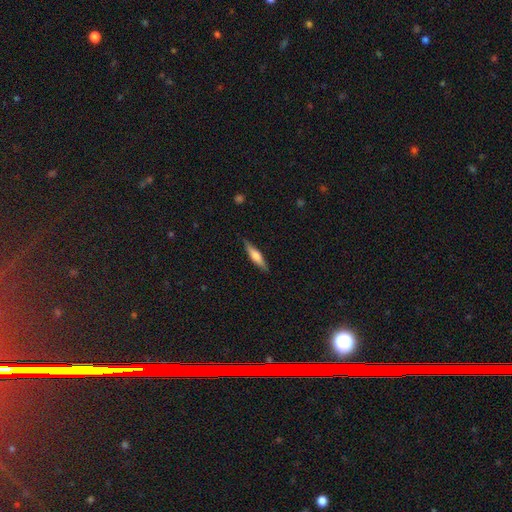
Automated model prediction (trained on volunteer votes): Smooth or featured? Predicted: smooth (p=0.49). Merging? Predicted: none (p=0.87).